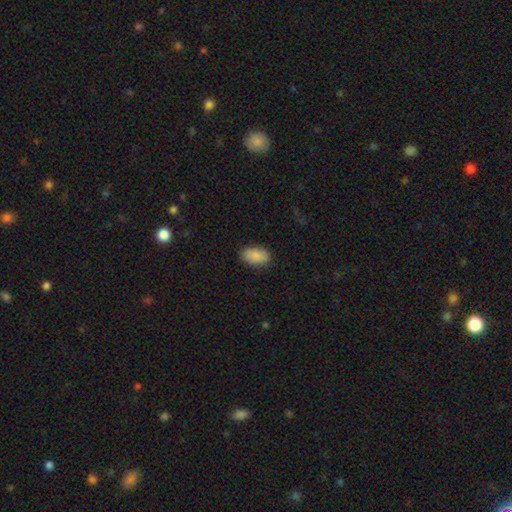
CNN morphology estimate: smooth-or-featured: smooth: 88% | star or artifact: 7% | featured or disk: 6%
  how-rounded: in between: 93% | round: 6% | cigar-shaped: 2%
  merging: none: 85% | minor disturbance: 11% | major disturbance: 3% | merger: 1%